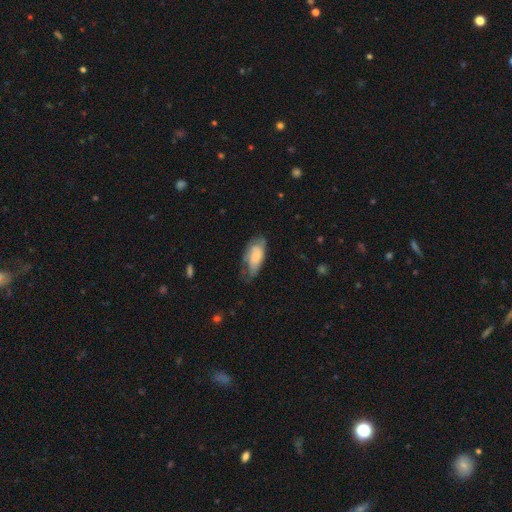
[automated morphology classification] Smooth or featured? Predicted: smooth (p=0.68). How rounded? Predicted: in between (p=0.89). Merging? Predicted: none (p=0.45).